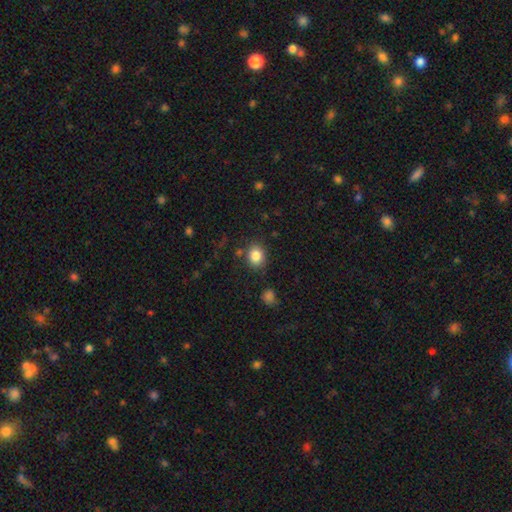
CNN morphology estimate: This is clearly a smooth galaxy (85%). How rounded: possibly round (56%). Merging: clearly none (82%).